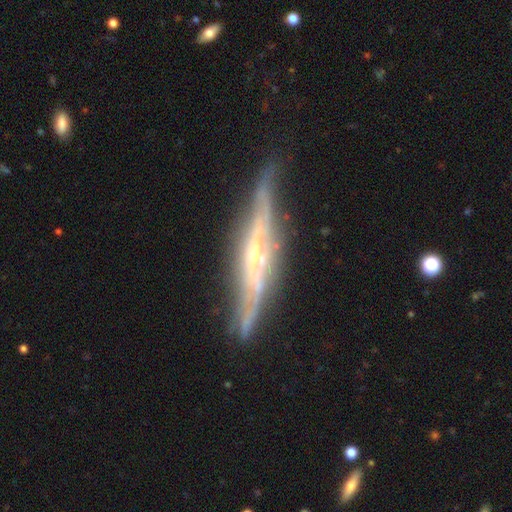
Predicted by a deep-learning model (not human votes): This appears to be a featured or disk galaxy (84%) viewed edge-on (89%) with a rounded central bulge (65%). Merging: none (75%).